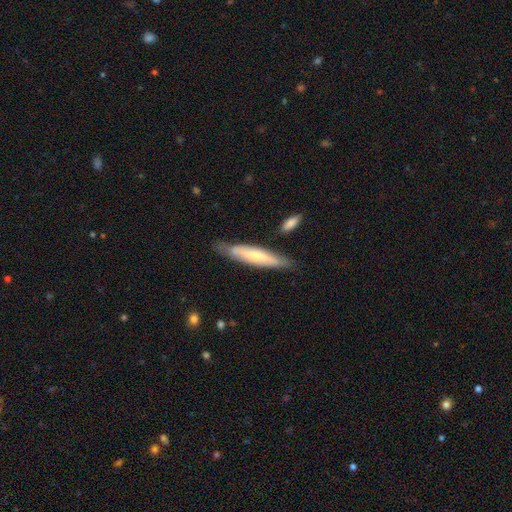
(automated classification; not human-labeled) Smooth or featured? featured or disk (48%)
Merging? none (75%)